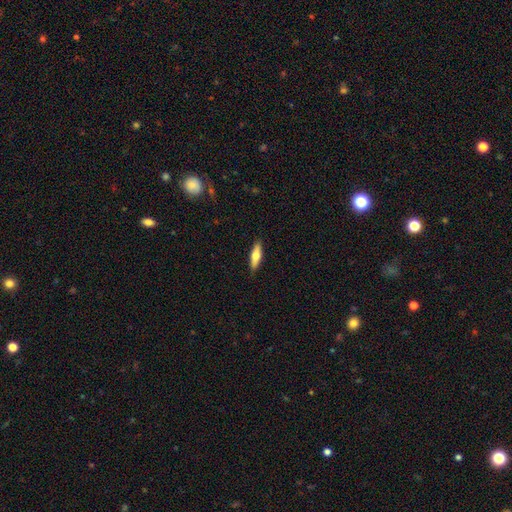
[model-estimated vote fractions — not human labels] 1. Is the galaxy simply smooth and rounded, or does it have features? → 59% smooth, 35% featured or disk, 6% star or artifact.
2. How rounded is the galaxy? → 60% cigar-shaped, 37% in between, 2% round.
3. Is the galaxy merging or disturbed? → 89% none, 8% minor disturbance, 2% major disturbance, 1% merger.